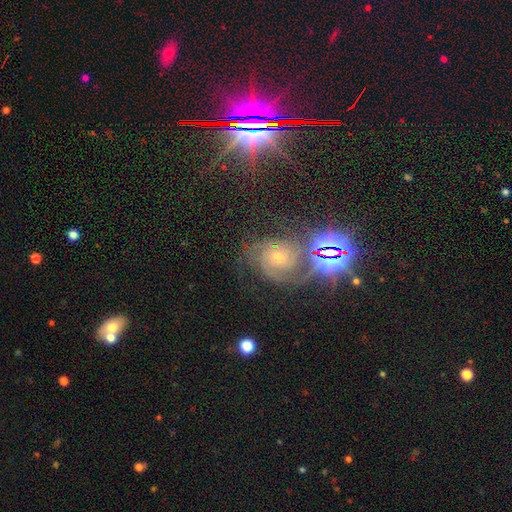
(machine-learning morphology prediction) Overall: featured or disk (61%; star or artifact 30%). Edge-on disk: no (96%). Bar: no (74%). Spiral arms: yes (95%). Spiral arm count: 2 (30%; 3 27%). Spiral winding: tight (64%; medium 30%). Bulge size: small (57%; moderate 39%). Merging: none (66%).